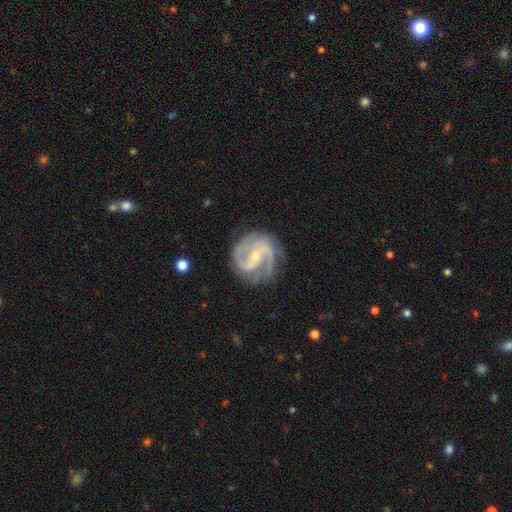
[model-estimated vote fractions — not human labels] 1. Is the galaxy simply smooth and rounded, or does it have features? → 91% featured or disk, 4% smooth, 4% star or artifact.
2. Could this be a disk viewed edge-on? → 98% no, 2% yes.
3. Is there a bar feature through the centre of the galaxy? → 42% weak, 31% strong, 26% no.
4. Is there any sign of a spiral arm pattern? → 98% yes, 2% no.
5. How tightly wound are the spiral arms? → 54% medium, 30% tight, 16% loose.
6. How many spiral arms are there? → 65% 2, 19% 3, 7% can't tell, 3% 4, 3% 1, 3% more than 4.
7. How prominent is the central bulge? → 71% small, 25% moderate, 2% none, 1% large, 1% dominant.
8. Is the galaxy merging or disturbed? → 76% none, 16% minor disturbance, 6% major disturbance, 1% merger.